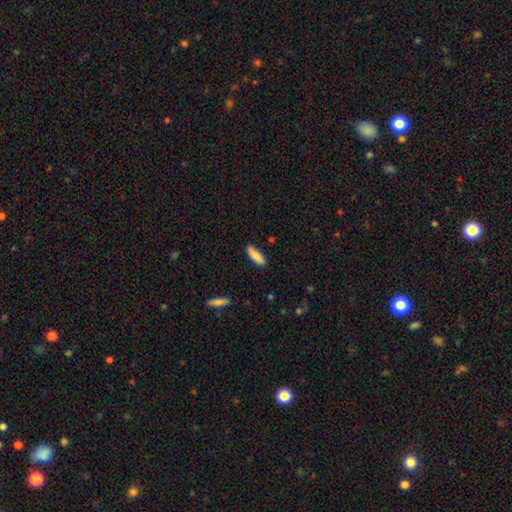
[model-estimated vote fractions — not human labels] Smooth or featured?
  - smooth: 85% *
  - featured or disk: 9%
  - star or artifact: 6%
How rounded?
  - in between: 58% *
  - cigar-shaped: 40%
  - round: 2%
Merging?
  - none: 86% *
  - minor disturbance: 11%
  - major disturbance: 2%
  - merger: 1%